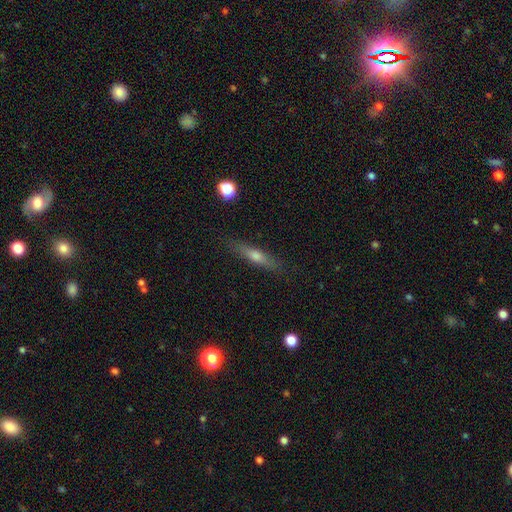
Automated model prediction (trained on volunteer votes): Smooth or featured: featured or disk — 47% (smooth — 45%)
Merging: none — 87% (minor disturbance — 10%)